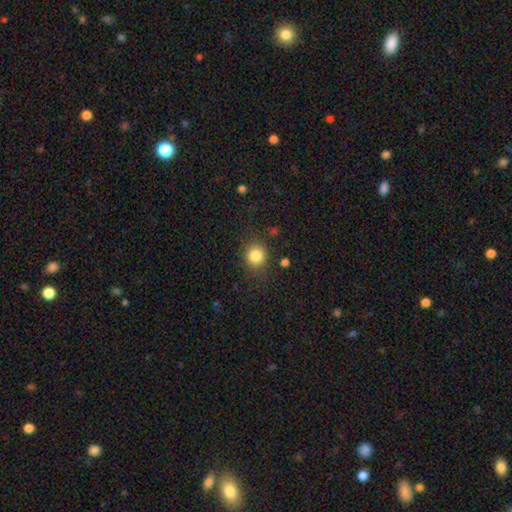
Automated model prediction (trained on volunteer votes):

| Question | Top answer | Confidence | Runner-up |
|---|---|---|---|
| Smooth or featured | smooth | 84% | star or artifact (11%) |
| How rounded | round | 83% | in between (16%) |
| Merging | none | 83% | minor disturbance (11%) |